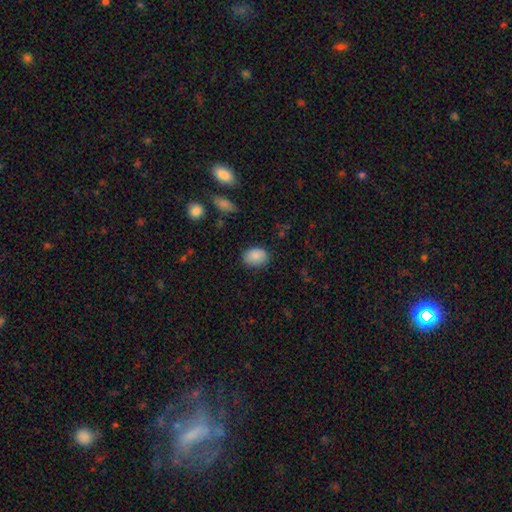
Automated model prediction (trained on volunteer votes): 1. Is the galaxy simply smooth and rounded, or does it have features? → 88% smooth, 8% star or artifact, 5% featured or disk.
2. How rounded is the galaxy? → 75% in between, 24% round, 1% cigar-shaped.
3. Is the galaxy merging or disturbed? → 83% none, 13% minor disturbance, 3% major disturbance, 1% merger.